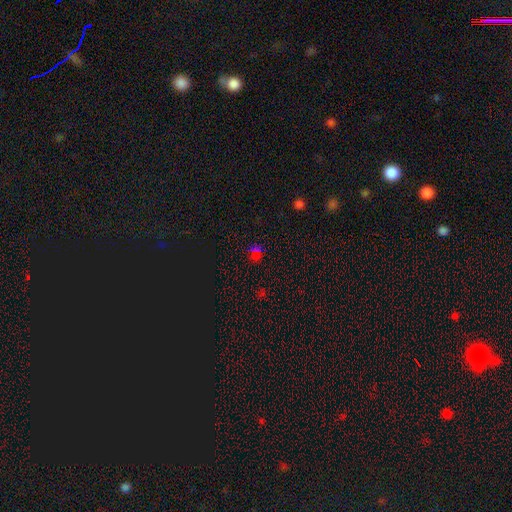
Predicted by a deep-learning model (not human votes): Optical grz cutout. It shows a star or artifact, not a galaxy (54%).